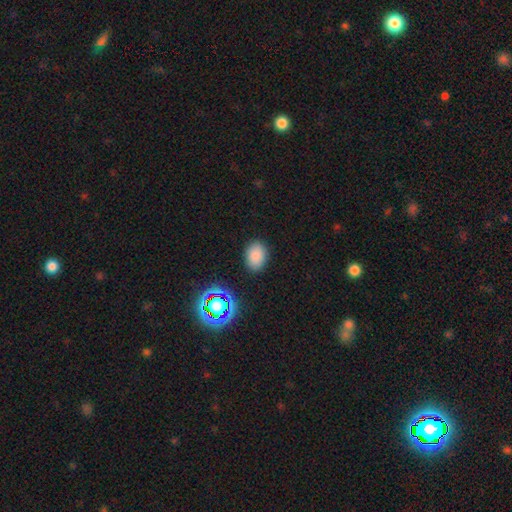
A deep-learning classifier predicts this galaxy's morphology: Smooth or featured? Predicted: smooth (p=0.82). How rounded? Predicted: in between (p=0.77). Merging? Predicted: none (p=0.86).